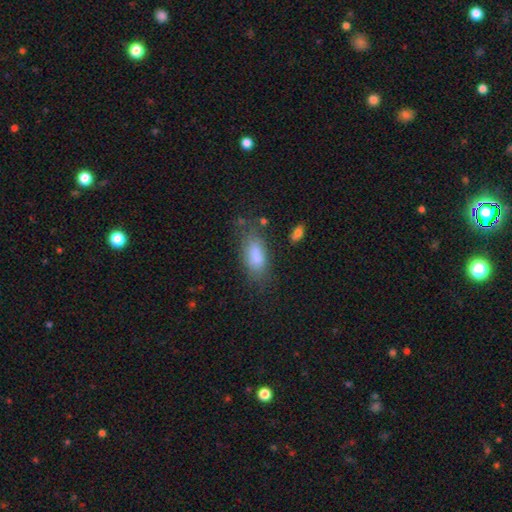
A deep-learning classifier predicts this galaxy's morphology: Smooth or featured?
  - smooth: 82% *
  - featured or disk: 10%
  - star or artifact: 8%
How rounded?
  - in between: 86% *
  - cigar-shaped: 10%
  - round: 4%
Merging?
  - none: 65% *
  - minor disturbance: 22%
  - major disturbance: 9%
  - merger: 4%